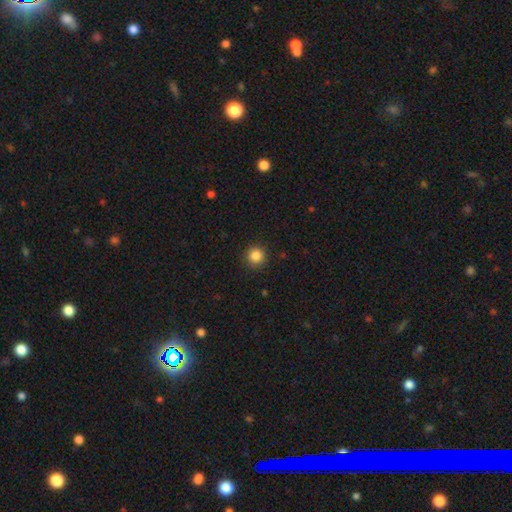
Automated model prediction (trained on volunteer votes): smooth-or-featured: smooth: 85% | star or artifact: 11% | featured or disk: 4%
  how-rounded: round: 95% | in between: 5% | cigar-shaped: 1%
  merging: none: 91% | minor disturbance: 6% | major disturbance: 2% | merger: 1%